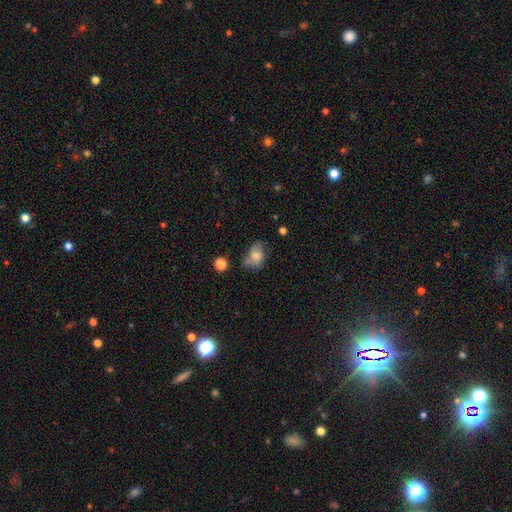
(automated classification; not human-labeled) Smooth or featured?
  - smooth: 65% *
  - featured or disk: 24%
  - star or artifact: 11%
How rounded?
  - in between: 79% *
  - round: 19%
  - cigar-shaped: 2%
Merging?
  - none: 43% *
  - minor disturbance: 32%
  - major disturbance: 17%
  - merger: 9%